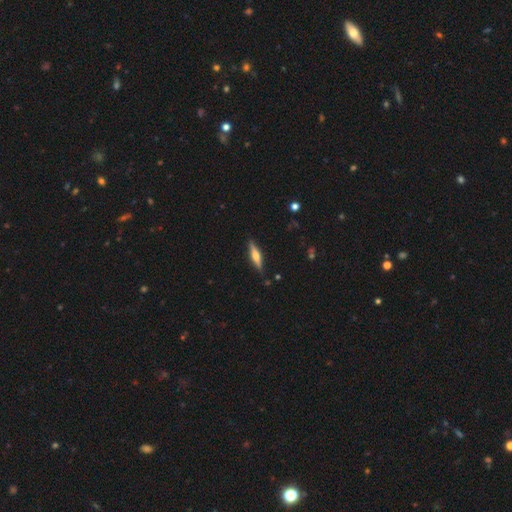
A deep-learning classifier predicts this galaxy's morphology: smooth_or_featured: featured or disk (p=0.57) [alt: smooth p=0.38]
disk_edge_on: yes (p=0.96) [alt: no p=0.04]
edge_on_bulge: rounded (p=0.84) [alt: boxy p=0.10]
merging: none (p=0.88) [alt: minor disturbance p=0.09]